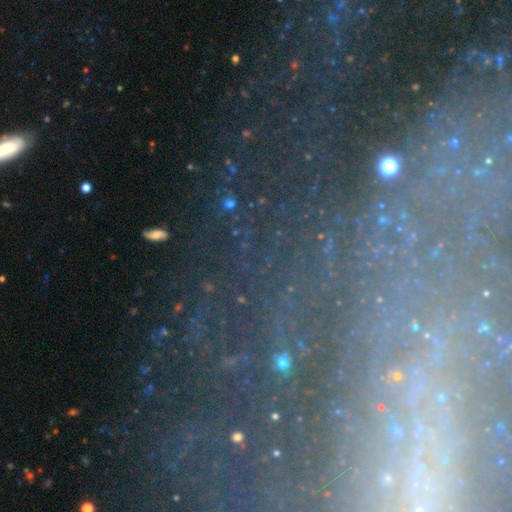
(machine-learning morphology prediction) smooth_or_featured: featured or disk (p=0.47) [alt: star or artifact p=0.37]
merging: none (p=0.71) [alt: minor disturbance p=0.14]